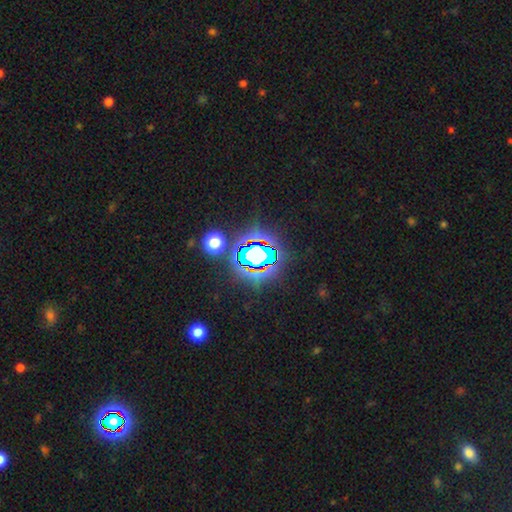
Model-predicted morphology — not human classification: type=star or artifact (67%).